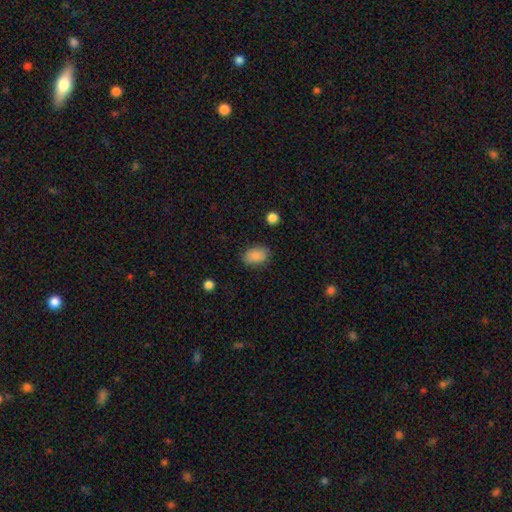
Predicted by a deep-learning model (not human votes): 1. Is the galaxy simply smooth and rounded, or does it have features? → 86% smooth, 8% star or artifact, 7% featured or disk.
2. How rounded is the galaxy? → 85% in between, 14% round, 1% cigar-shaped.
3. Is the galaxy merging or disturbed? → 82% none, 13% minor disturbance, 3% major disturbance, 1% merger.